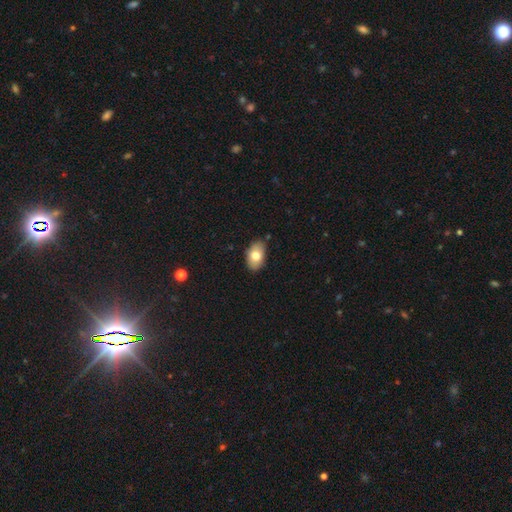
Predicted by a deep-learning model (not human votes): A smooth galaxy with no disk features (76%) that is in between round and cigar-shaped (90%). Merging: none (82%).